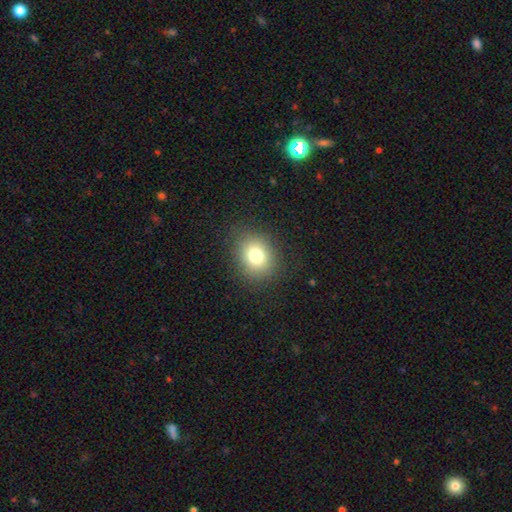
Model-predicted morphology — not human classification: Smooth or featured?
  - smooth: 78% *
  - star or artifact: 12%
  - featured or disk: 10%
How rounded?
  - round: 59% *
  - in between: 40%
  - cigar-shaped: 1%
Merging?
  - none: 85% *
  - minor disturbance: 9%
  - major disturbance: 4%
  - merger: 1%